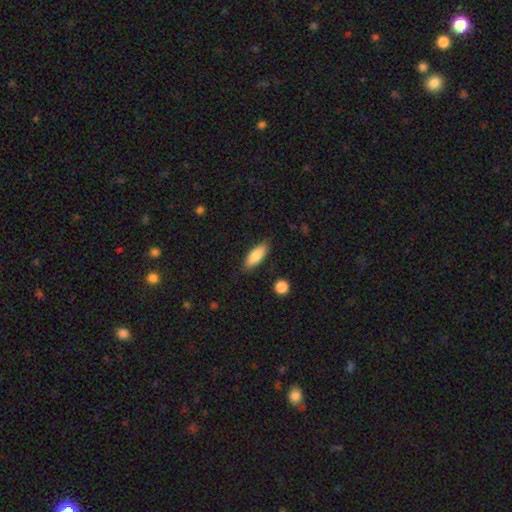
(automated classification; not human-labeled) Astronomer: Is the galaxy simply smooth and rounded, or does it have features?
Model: smooth — 82%.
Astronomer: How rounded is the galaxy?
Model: in between — 70%.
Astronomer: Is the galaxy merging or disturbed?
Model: none — 84%.